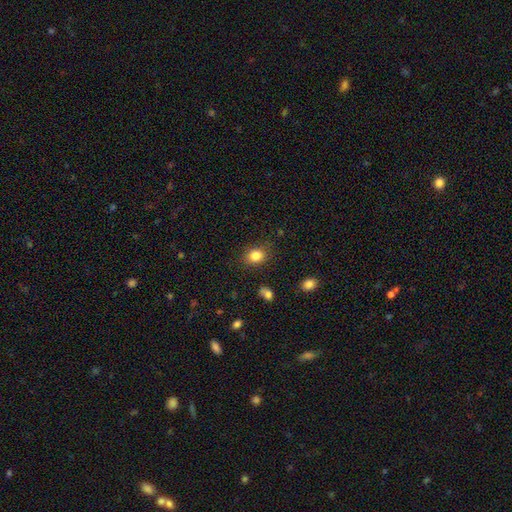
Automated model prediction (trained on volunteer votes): smooth 83%, star or artifact 10%, featured or disk 6%. Down the decision tree: how rounded — round (54%); merging — none (83%).